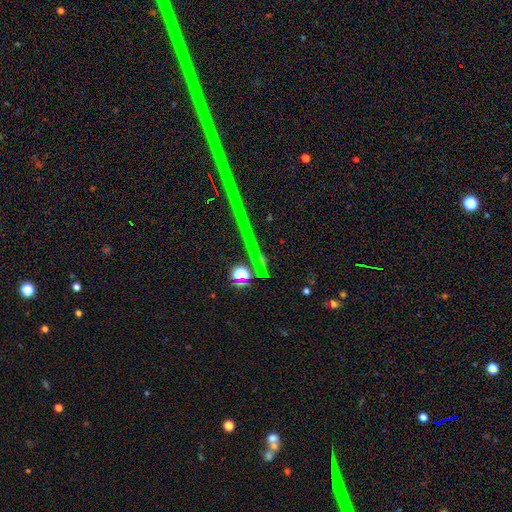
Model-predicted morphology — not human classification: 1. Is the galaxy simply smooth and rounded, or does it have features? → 82% star or artifact, 11% featured or disk, 8% smooth.